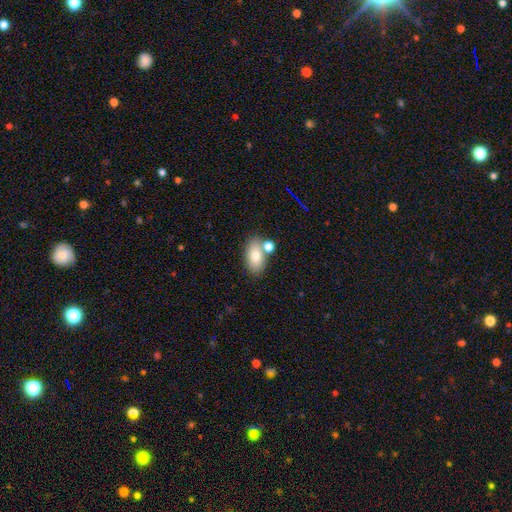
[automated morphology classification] A smooth galaxy with no disk features (76%) that is in between round and cigar-shaped (89%).

Vote fractions:
- Smooth or featured? smooth: 76% / featured or disk: 16% / star or artifact: 9%
- How rounded? in between: 89% / round: 9% / cigar-shaped: 2%
- Merging? none: 66% / merger: 19% / minor disturbance: 11% / major disturbance: 3%